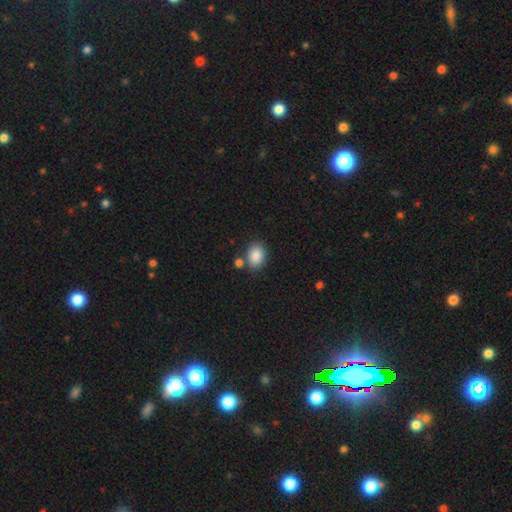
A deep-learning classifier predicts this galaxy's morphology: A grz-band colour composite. It shows a smooth galaxy with no disk features (88%) that is in between round and cigar-shaped (71%). Merging: none (73%).